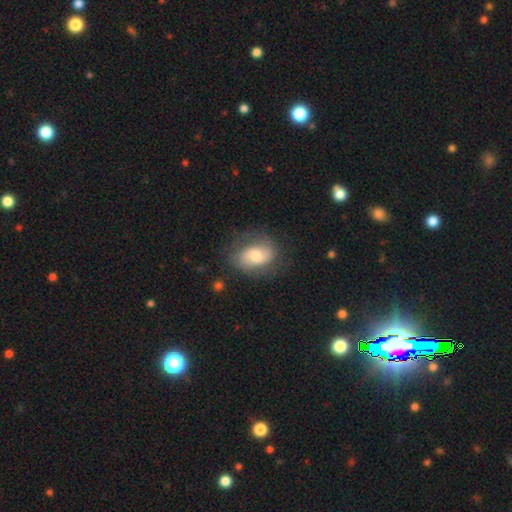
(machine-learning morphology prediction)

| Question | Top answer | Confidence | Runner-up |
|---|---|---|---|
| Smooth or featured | smooth | 48% | featured or disk (44%) |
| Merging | none | 68% | minor disturbance (21%) |